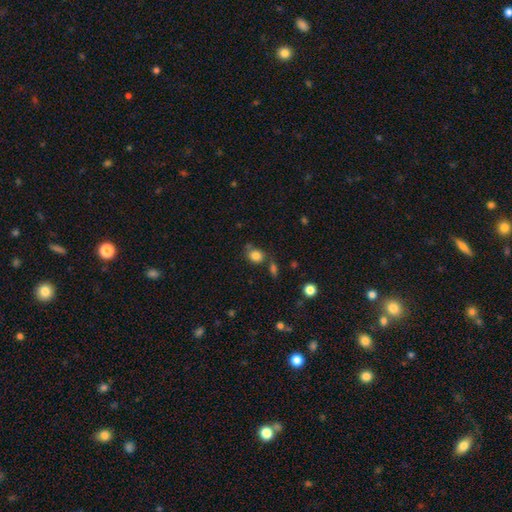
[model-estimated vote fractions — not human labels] This is clearly a smooth galaxy (82%). How rounded: possibly round (59%). Merging: likely none (61%).